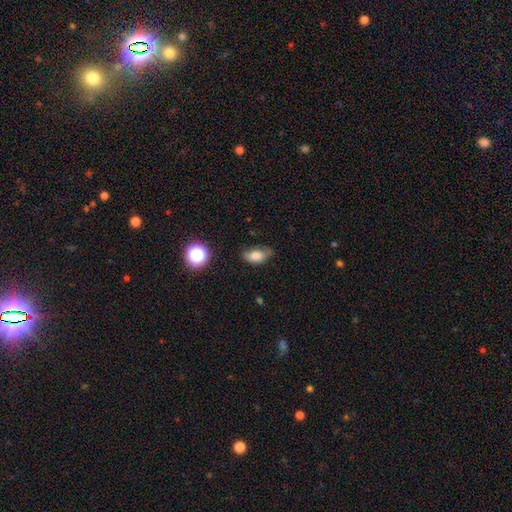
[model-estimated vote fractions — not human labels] Smooth or featured? Predicted: smooth (p=0.78). How rounded? Predicted: in between (p=0.88). Merging? Predicted: none (p=0.52).